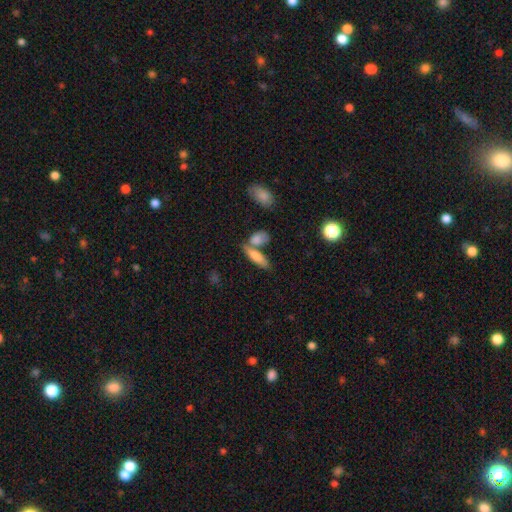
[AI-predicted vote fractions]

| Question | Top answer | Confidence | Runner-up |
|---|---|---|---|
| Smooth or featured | smooth | 74% | featured or disk (19%) |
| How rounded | in between | 50% | cigar-shaped (47%) |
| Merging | none | 49% | merger (36%) |